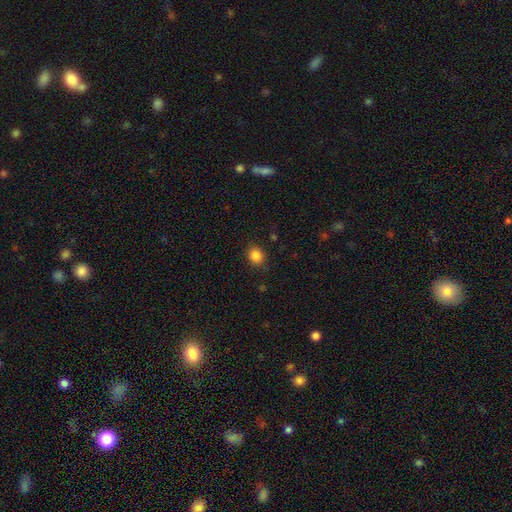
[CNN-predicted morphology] type=smooth (85%); roundness=round (76%); merging=none (86%).